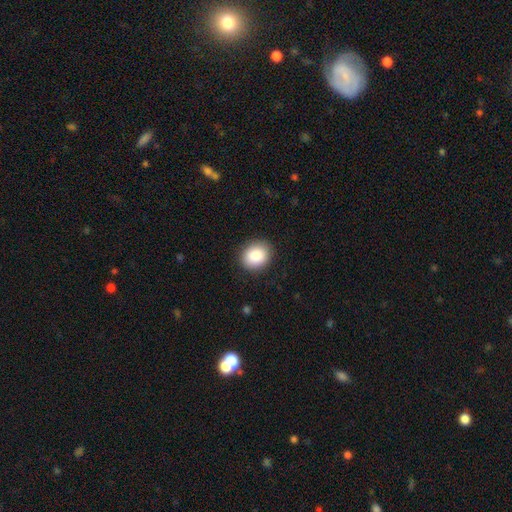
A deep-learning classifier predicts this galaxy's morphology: Smooth or featured? smooth (87%)
How rounded? round (66%)
Merging? none (89%)